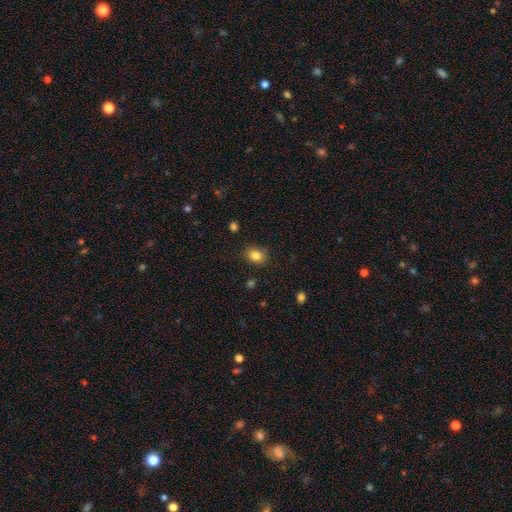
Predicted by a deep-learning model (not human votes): smooth_or_featured: smooth (p=0.84) [alt: star or artifact p=0.10]
how_rounded: in between (p=0.58) [alt: round p=0.41]
merging: none (p=0.81) [alt: minor disturbance p=0.13]